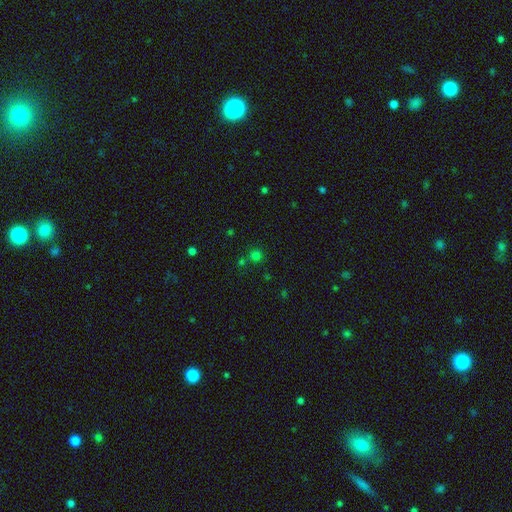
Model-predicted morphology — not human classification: This is likely a smooth galaxy (67%). How rounded: clearly round (92%). Merging: likely none (74%).